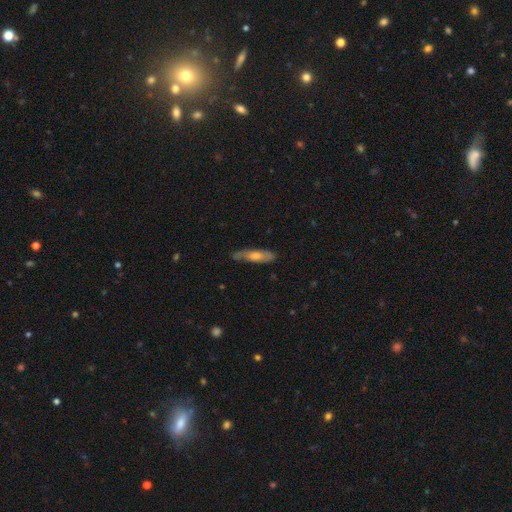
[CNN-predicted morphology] smooth-or-featured: featured or disk: 47% | smooth: 46% | star or artifact: 7%
  merging: none: 74% | minor disturbance: 20% | major disturbance: 4% | merger: 2%